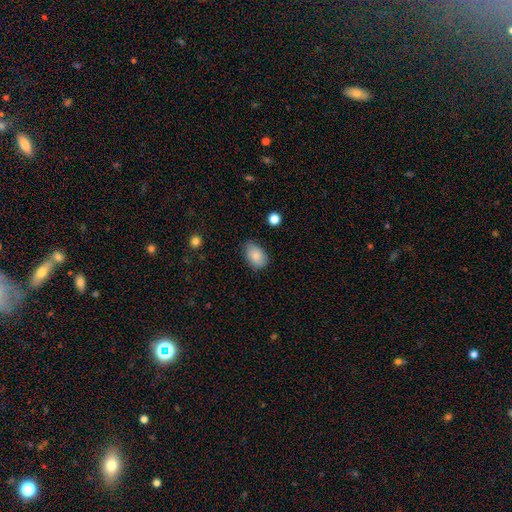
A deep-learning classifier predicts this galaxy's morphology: A smooth galaxy with no disk features (86%) that is in between round and cigar-shaped (85%).

Vote fractions:
- Smooth or featured? smooth: 86% / star or artifact: 7% / featured or disk: 6%
- How rounded? in between: 85% / round: 14% / cigar-shaped: 1%
- Merging? none: 75% / minor disturbance: 20% / major disturbance: 4% / merger: 1%